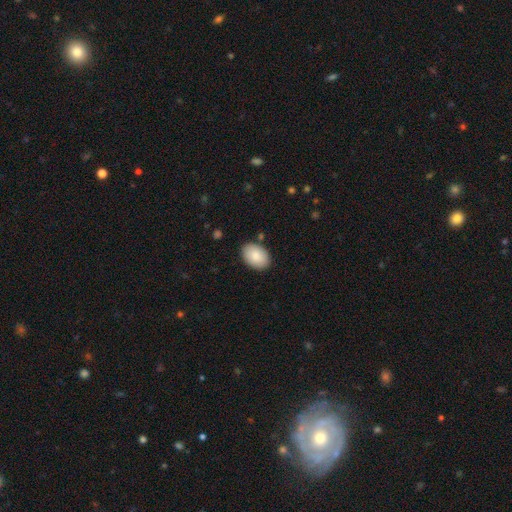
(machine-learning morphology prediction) Smooth or featured? Predicted: smooth (p=0.86). How rounded? Predicted: in between (p=0.87). Merging? Predicted: none (p=0.86).